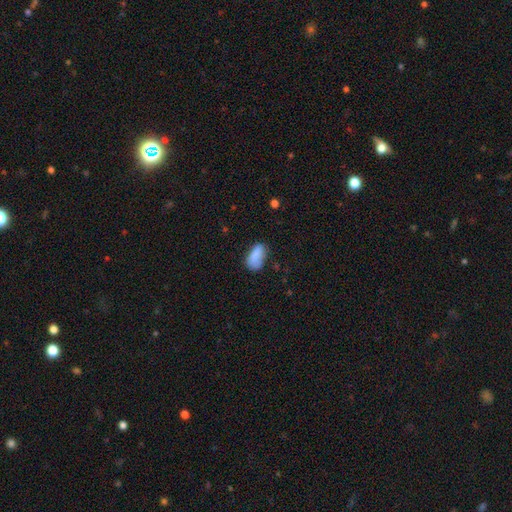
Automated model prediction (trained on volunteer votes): Smooth or featured: smooth — 83% (featured or disk — 9%)
How rounded: in between — 90% (cigar-shaped — 6%)
Merging: none — 55% (minor disturbance — 31%)